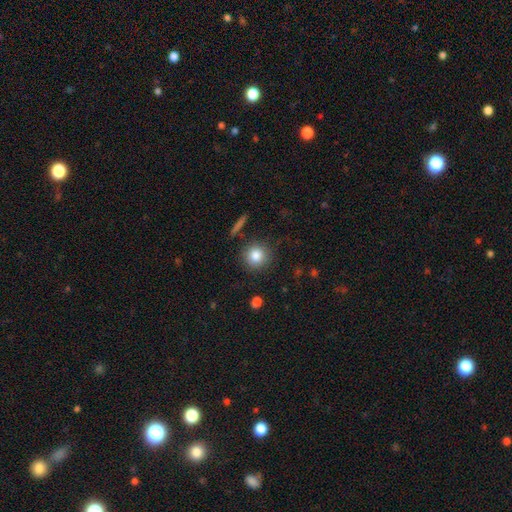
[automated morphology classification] A smooth galaxy with no disk features (84%) that is round (92%). Merging: none (87%).